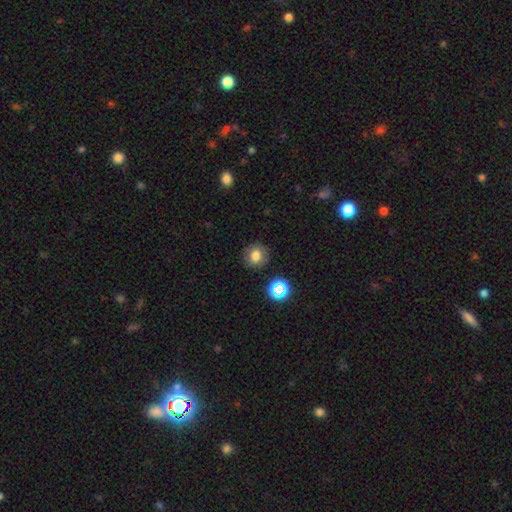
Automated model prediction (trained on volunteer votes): Overall: smooth (76%). How rounded: round (88%). Merging: none (87%).